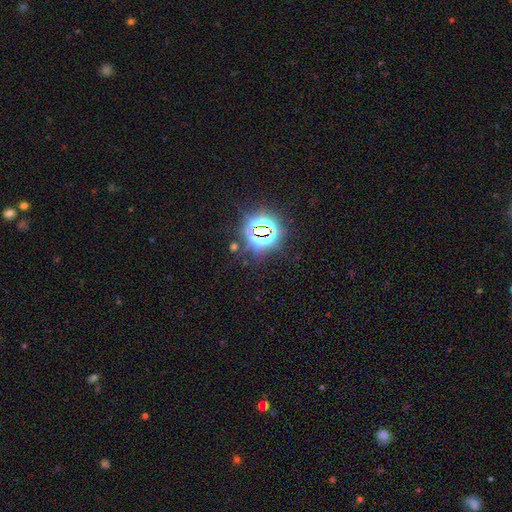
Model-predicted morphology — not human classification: Smooth or featured? star or artifact (81%)